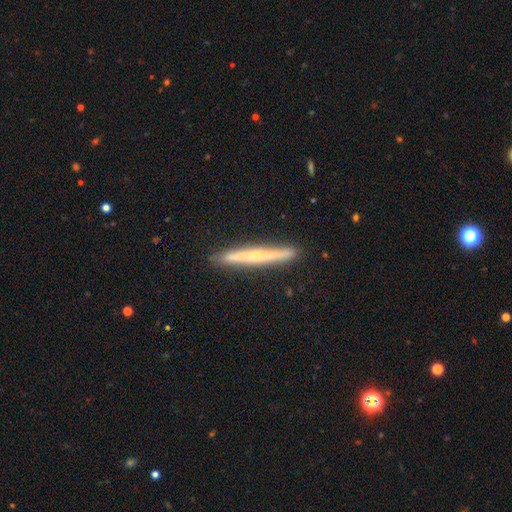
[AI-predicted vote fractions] Overall: featured or disk (53%; smooth 40%). Edge-on disk: yes (96%). Edge-on bulge: none (67%). Merging: none (90%).